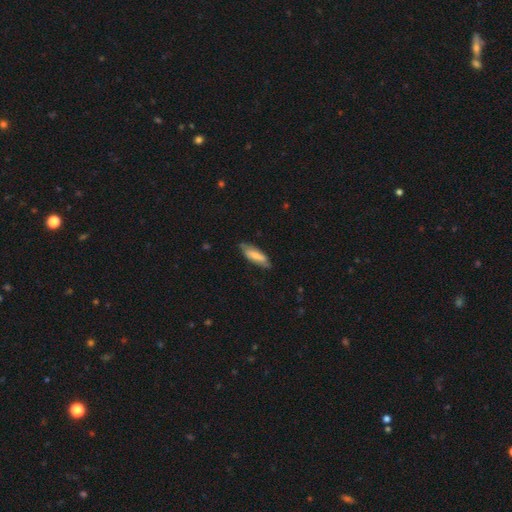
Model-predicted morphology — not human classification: A smooth galaxy with no disk features (59%) that is in between round and cigar-shaped (57%).

Vote fractions:
- Smooth or featured? smooth: 59% / featured or disk: 35% / star or artifact: 6%
- How rounded? in between: 57% / cigar-shaped: 41% / round: 2%
- Merging? none: 74% / minor disturbance: 20% / major disturbance: 4% / merger: 1%